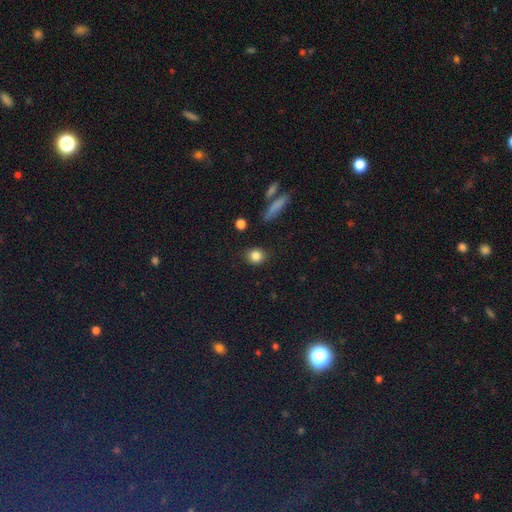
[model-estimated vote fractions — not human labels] smooth 85%, star or artifact 10%, featured or disk 6%. Down the decision tree: how rounded — round (81%); merging — none (87%).